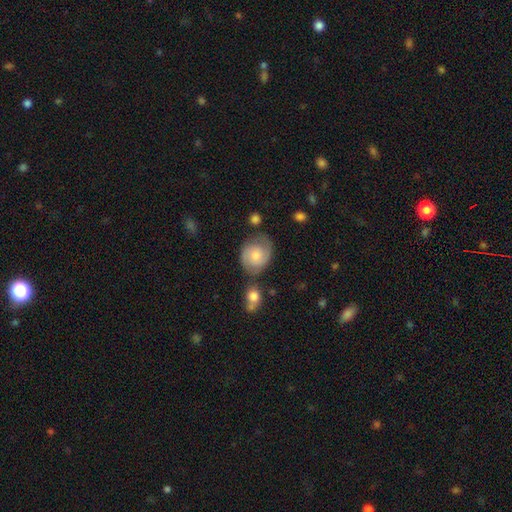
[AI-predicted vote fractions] Smooth or featured? Predicted: smooth (p=0.48). Merging? Predicted: none (p=0.58).